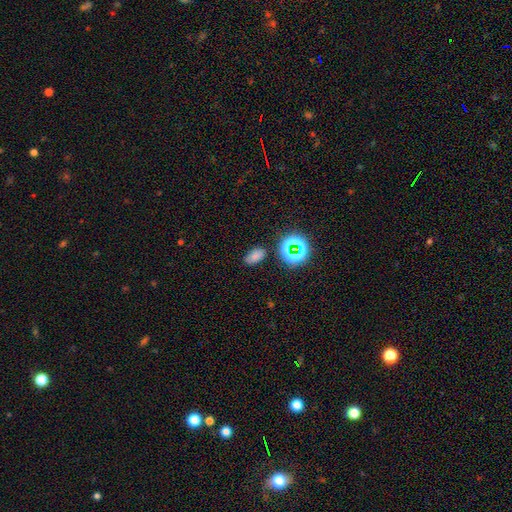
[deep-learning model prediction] Morphology: type=smooth (69%); roundness=in between (89%); merging=none (80%).